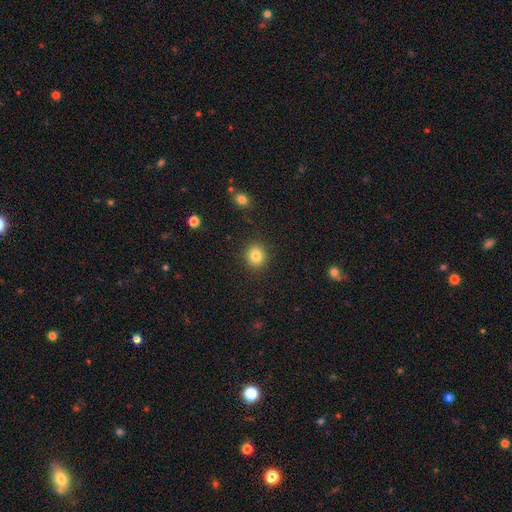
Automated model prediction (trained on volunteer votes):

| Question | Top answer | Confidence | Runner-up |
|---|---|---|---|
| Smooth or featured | smooth | 83% | star or artifact (11%) |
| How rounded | round | 81% | in between (18%) |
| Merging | none | 90% | minor disturbance (7%) |